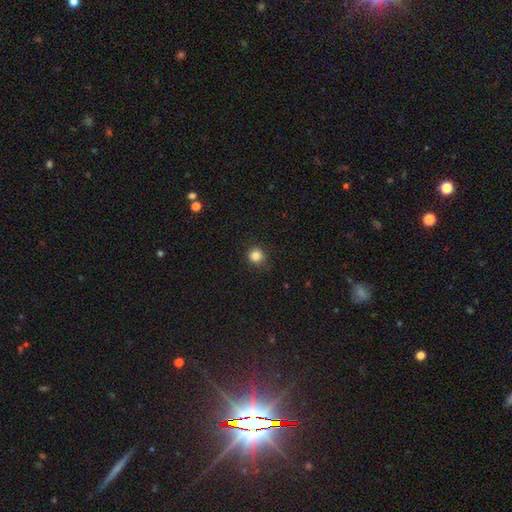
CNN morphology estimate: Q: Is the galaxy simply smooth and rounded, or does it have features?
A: smooth — 84%.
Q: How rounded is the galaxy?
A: round — 91%.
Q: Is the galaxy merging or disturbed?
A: none — 84%.